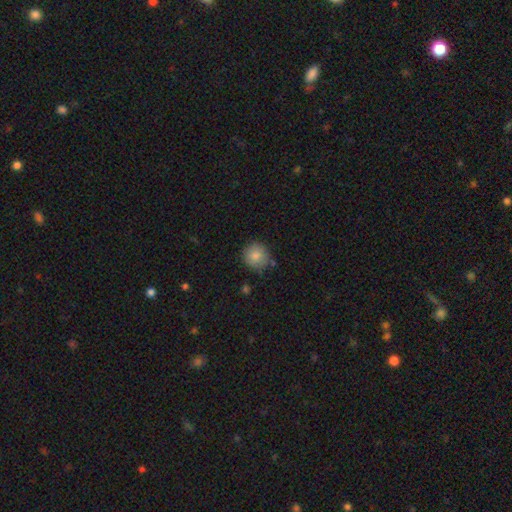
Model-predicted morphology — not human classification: This is clearly a smooth galaxy (84%). How rounded: clearly round (92%). Merging: likely none (79%).